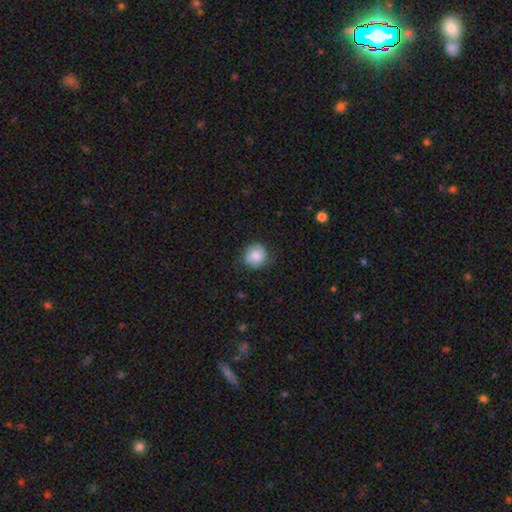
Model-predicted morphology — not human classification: type=smooth (78%); roundness=round (87%); merging=none (77%).